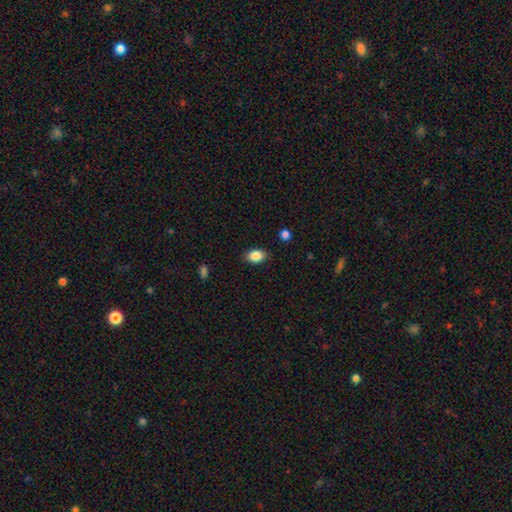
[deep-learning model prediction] Q: Smooth or featured?
A: smooth (86%); runner-up: star or artifact (8%)
Q: How rounded?
A: in between (82%); runner-up: round (16%)
Q: Merging?
A: none (86%); runner-up: minor disturbance (10%)